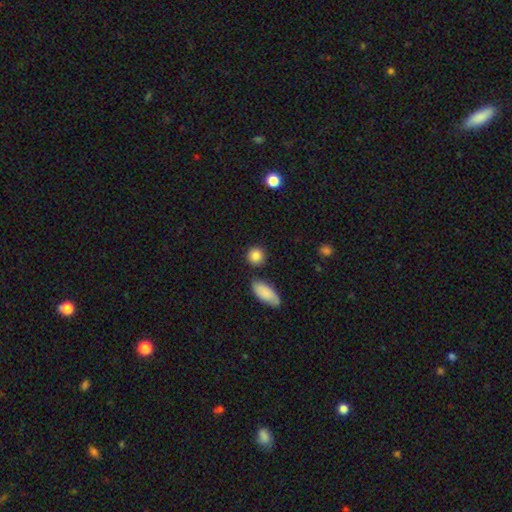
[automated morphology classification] Q: Smooth or featured?
A: smooth (87%); runner-up: star or artifact (8%)
Q: How rounded?
A: round (85%); runner-up: in between (14%)
Q: Merging?
A: none (83%); runner-up: minor disturbance (9%)